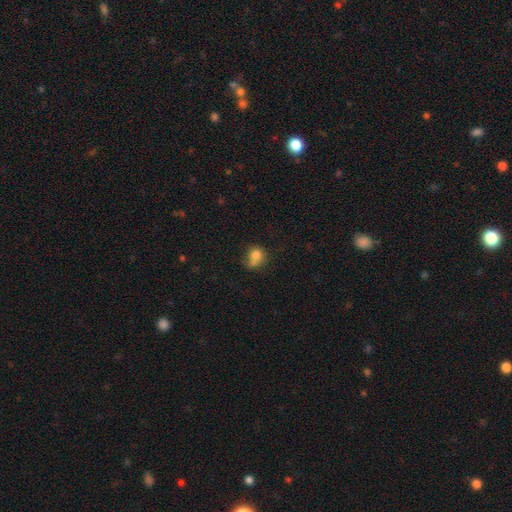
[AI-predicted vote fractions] Morphology: type=smooth (77%); roundness=round (66%); merging=none (41%).